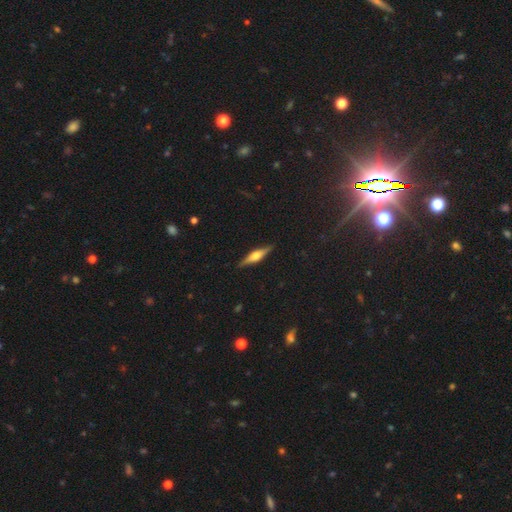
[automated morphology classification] smooth-or-featured: featured or disk: 63% | smooth: 30% | star or artifact: 7%
  disk-edge-on: yes: 96% | no: 4%
    edge-on-bulge: rounded: 86% | boxy: 10% | none: 4%
  merging: none: 89% | minor disturbance: 8% | major disturbance: 2% | merger: 1%